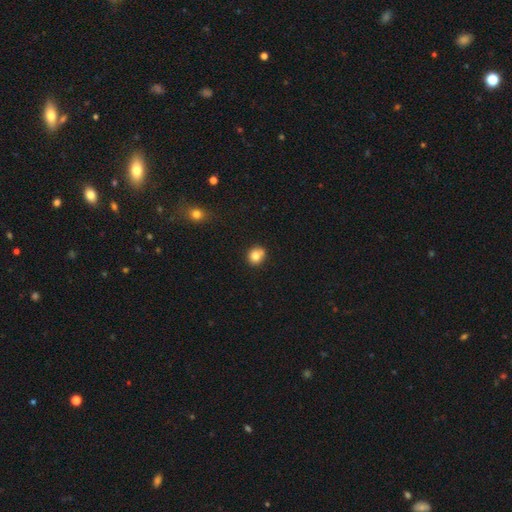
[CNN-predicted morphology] smooth_or_featured: smooth (p=0.79) [alt: star or artifact p=0.11]
how_rounded: round (p=0.77) [alt: in between p=0.23]
merging: none (p=0.71) [alt: minor disturbance p=0.16]